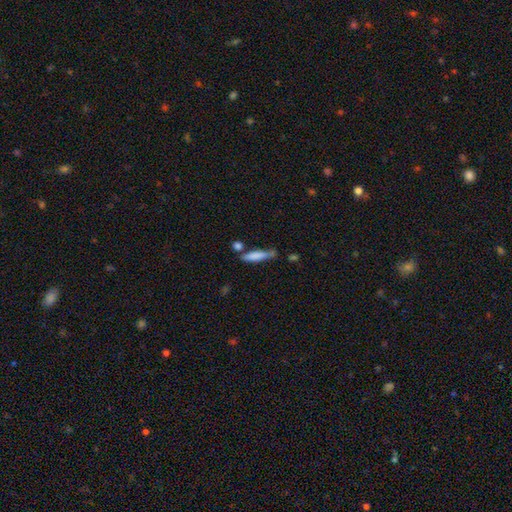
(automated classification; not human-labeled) A smooth galaxy with no disk features (75%) that is cigar-shaped (78%). Merging: none (57%).